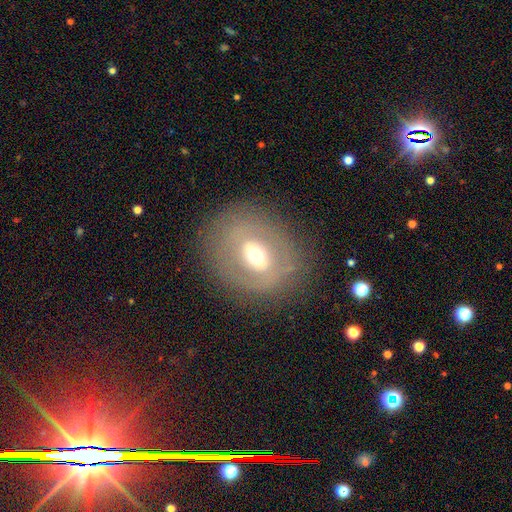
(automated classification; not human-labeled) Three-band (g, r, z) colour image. It shows a featured or disk galaxy (53%). Merging: none (75%).